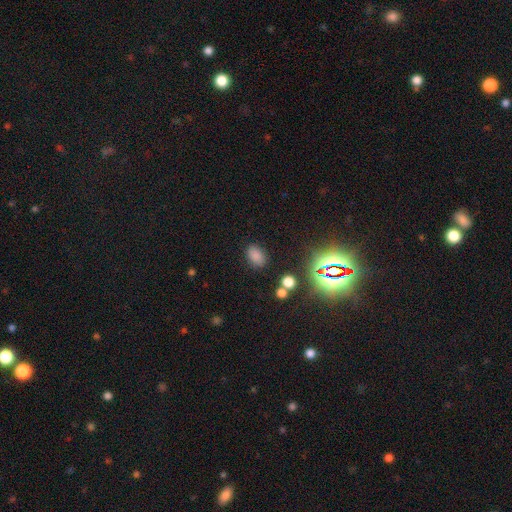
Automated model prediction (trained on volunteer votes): smooth 77%, star or artifact 17%, featured or disk 5%. Down the decision tree: how rounded — in between (84%); merging — none (83%).